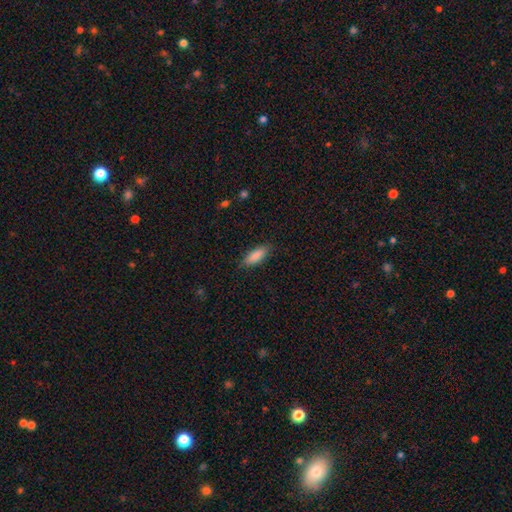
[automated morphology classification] Q: Smooth or featured?
A: smooth (87%); runner-up: featured or disk (7%)
Q: How rounded?
A: in between (68%); runner-up: cigar-shaped (30%)
Q: Merging?
A: none (84%); runner-up: minor disturbance (12%)